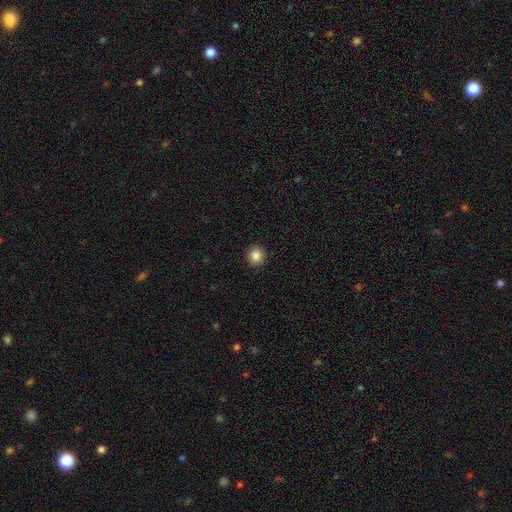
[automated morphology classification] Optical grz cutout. It shows a smooth galaxy with no disk features (87%) that is round (89%). Merging: none (92%).